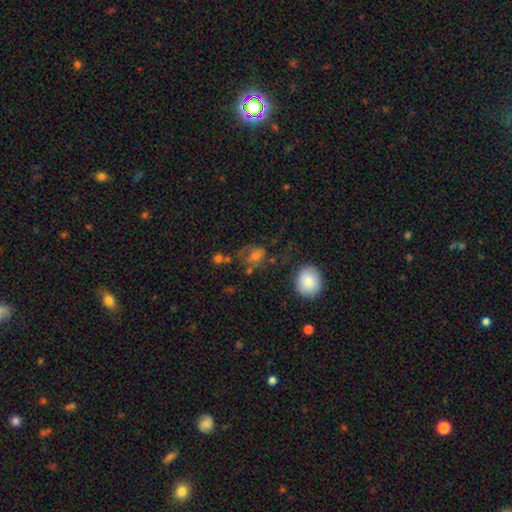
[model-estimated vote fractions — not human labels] smooth 53%, featured or disk 32%, star or artifact 15%. Down the decision tree: how rounded — in between (53%); merging — none (43%).